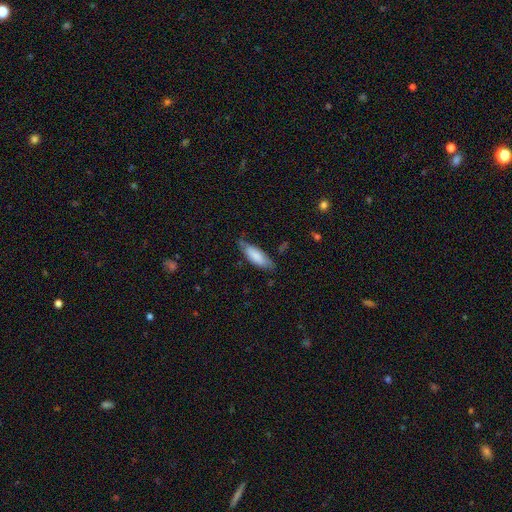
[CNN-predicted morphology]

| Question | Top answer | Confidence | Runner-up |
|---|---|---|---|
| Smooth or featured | smooth | 80% | featured or disk (14%) |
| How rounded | in between | 63% | cigar-shaped (35%) |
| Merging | none | 61% | minor disturbance (31%) |